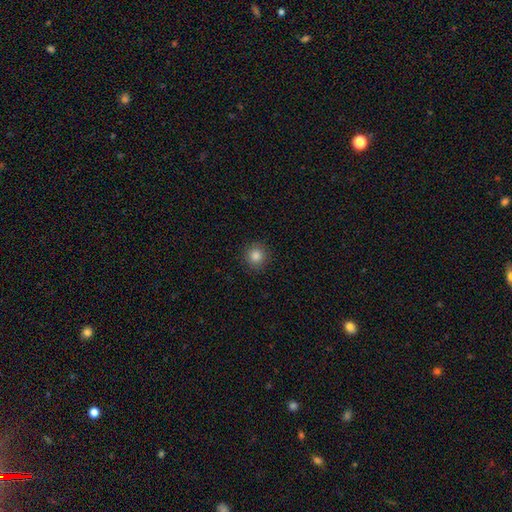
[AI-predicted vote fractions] Morphology: type=smooth (85%); roundness=round (94%); merging=none (90%).